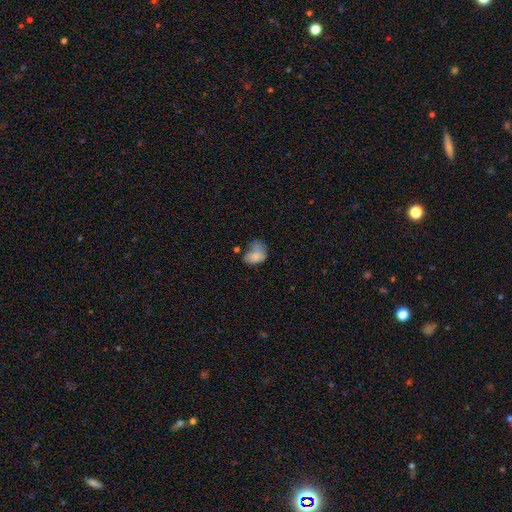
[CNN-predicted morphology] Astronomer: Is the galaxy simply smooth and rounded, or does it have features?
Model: smooth — 73%.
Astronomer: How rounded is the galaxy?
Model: in between — 72%.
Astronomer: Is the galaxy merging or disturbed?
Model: major disturbance — 32%, tied with minor disturbance at 32%.